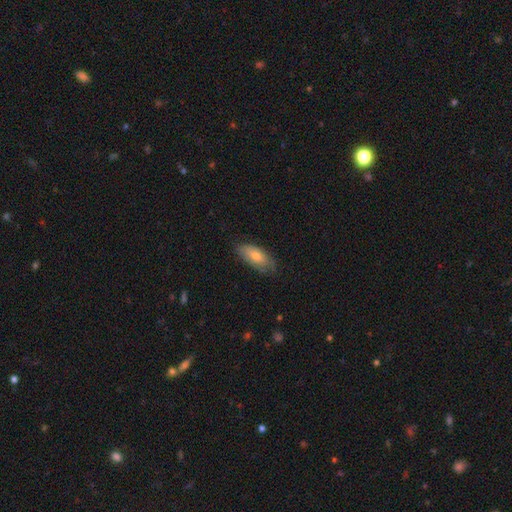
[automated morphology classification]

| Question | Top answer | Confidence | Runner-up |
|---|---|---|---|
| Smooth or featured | smooth | 67% | featured or disk (27%) |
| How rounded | in between | 83% | cigar-shaped (15%) |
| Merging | none | 72% | minor disturbance (23%) |